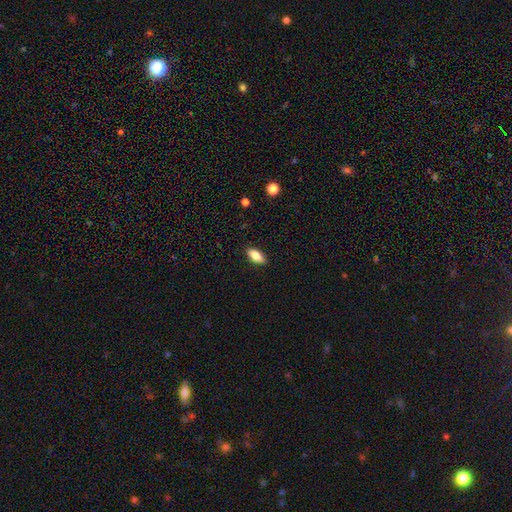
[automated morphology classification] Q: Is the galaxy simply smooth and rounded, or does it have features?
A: smooth — 82%.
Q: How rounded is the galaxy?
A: in between — 88%.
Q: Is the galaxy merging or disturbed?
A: none — 88%.